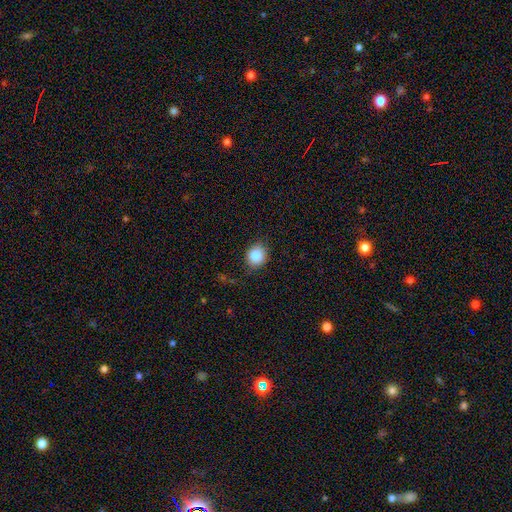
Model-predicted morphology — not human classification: smooth_or_featured: smooth (p=0.85) [alt: star or artifact p=0.09]
how_rounded: round (p=0.68) [alt: in between p=0.31]
merging: none (p=0.80) [alt: minor disturbance p=0.15]